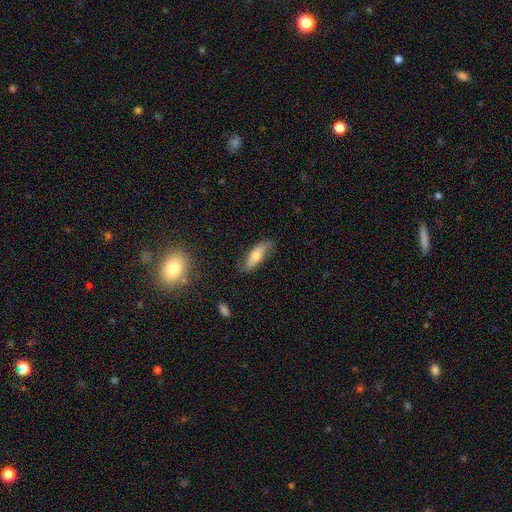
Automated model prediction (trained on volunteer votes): This appears to be a smooth galaxy with no disk features (55%) that is in between round and cigar-shaped (56%). Merging: none (72%).